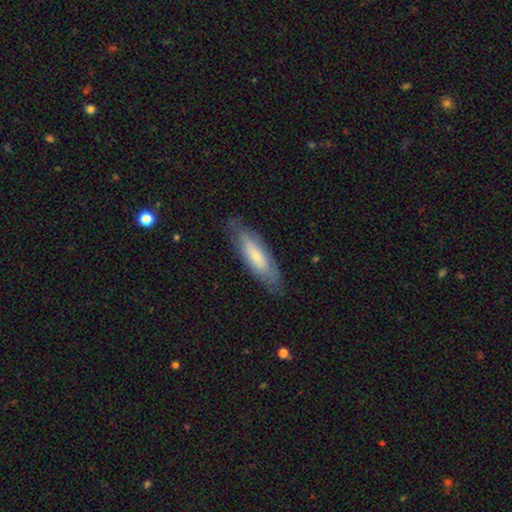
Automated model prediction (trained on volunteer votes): This appears to be a smooth galaxy with no disk features (60%) that is cigar-shaped (54%). Merging: none (80%).